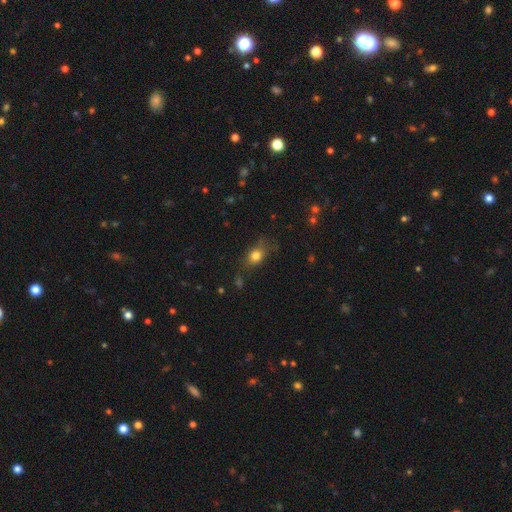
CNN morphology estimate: type=smooth (79%); roundness=in between (65%); merging=none (67%).